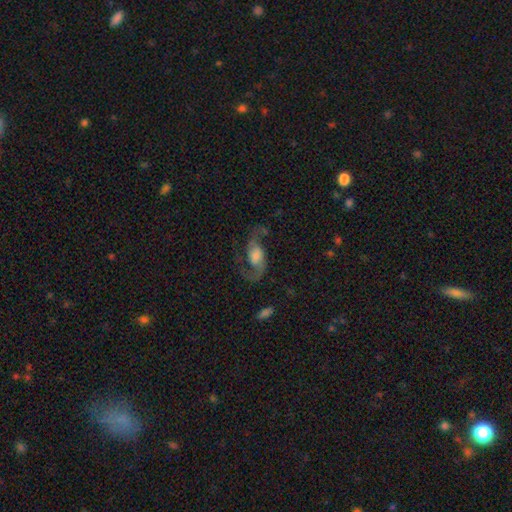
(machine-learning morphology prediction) Smooth or featured? featured or disk (85%)
Edge-on disk? no (97%)
Bar? no (51%)
Spiral arms? yes (96%)
Spiral winding? loose (48%)
Spiral arm count? 2 (91%)
Bulge size? moderate (38%)
Merging? none (67%)